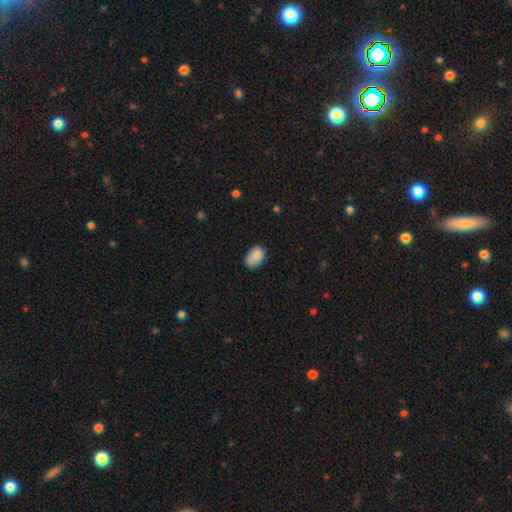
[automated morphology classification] Smooth or featured? smooth (84%)
How rounded? in between (85%)
Merging? none (62%)